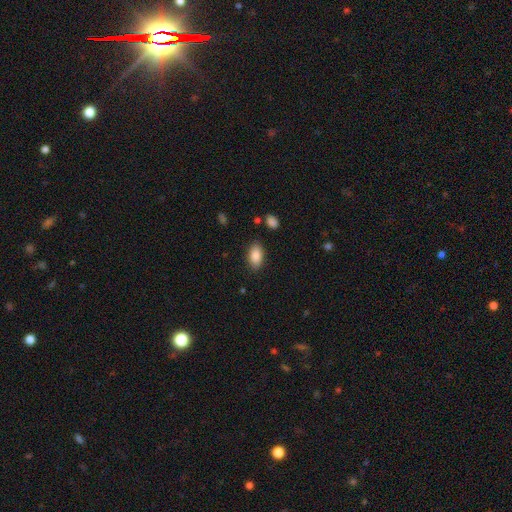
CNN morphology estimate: The model was most divided on "merging": none: 85%, minor disturbance: 10%, major disturbance: 3%, merger: 2%. More confident: how rounded — in between (92%); smooth or featured — smooth (87%).